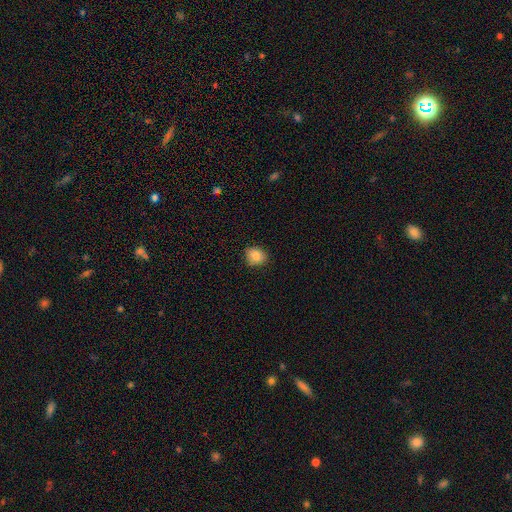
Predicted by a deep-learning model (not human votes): The model was most divided on "how rounded": round: 68%, in between: 31%, cigar-shaped: 1%. More confident: smooth or featured — smooth (86%); merging — none (84%).